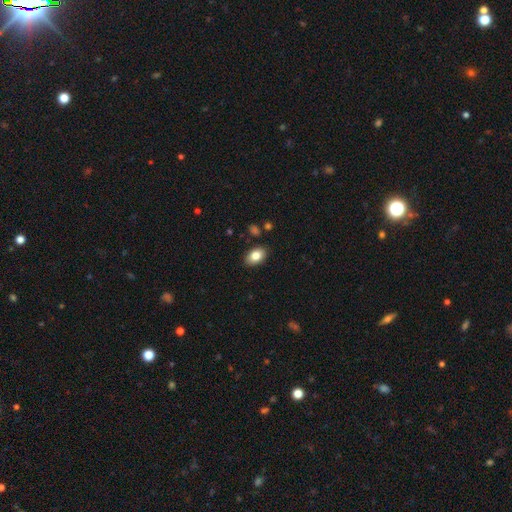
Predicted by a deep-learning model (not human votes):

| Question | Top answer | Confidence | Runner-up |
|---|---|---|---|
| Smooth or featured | smooth | 84% | featured or disk (9%) |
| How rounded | in between | 89% | round (10%) |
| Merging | none | 87% | minor disturbance (9%) |